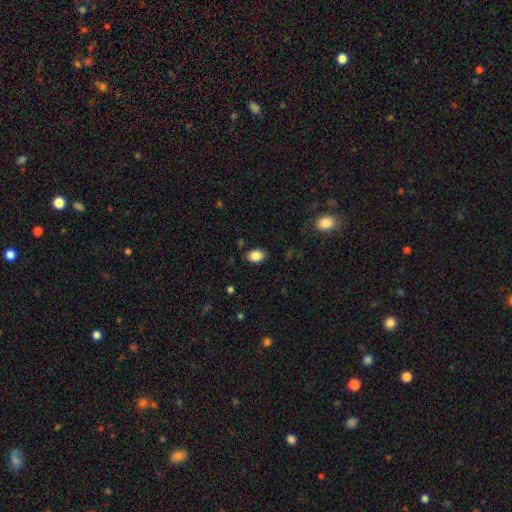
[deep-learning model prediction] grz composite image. It shows a smooth galaxy with no disk features (86%) that is in between round and cigar-shaped (72%). Merging: none (85%).